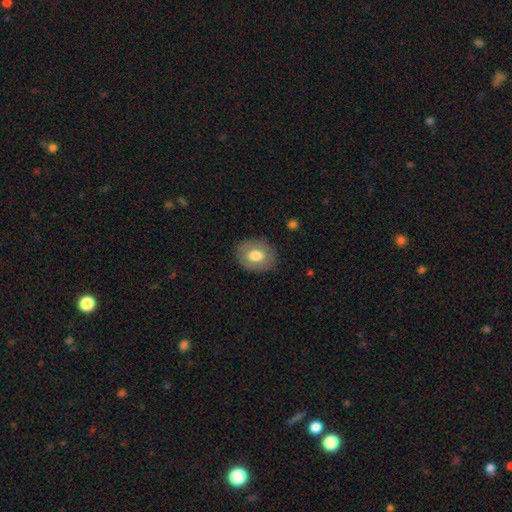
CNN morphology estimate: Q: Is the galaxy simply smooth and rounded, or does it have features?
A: smooth — 66%.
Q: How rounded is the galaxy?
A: in between — 59%.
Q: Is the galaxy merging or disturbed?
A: none — 83%.